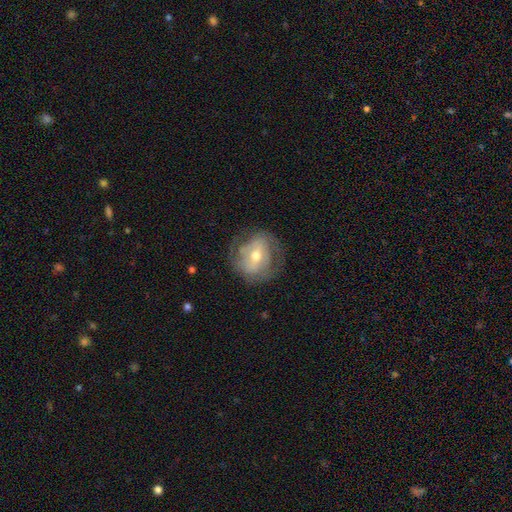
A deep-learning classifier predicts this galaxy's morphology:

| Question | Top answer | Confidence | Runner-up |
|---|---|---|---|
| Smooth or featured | featured or disk | 61% | smooth (31%) |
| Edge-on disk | no | 95% | yes (5%) |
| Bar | weak | 40% | no (34%) |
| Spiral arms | yes | 64% | no (36%) |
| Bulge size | moderate | 67% | small (27%) |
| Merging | none | 66% | minor disturbance (20%) |